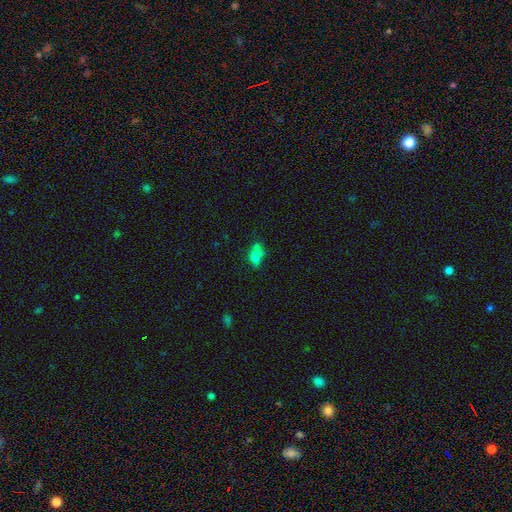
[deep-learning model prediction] A smooth galaxy with no disk features (63%) that is in between round and cigar-shaped (70%). Merging: merger (43%).